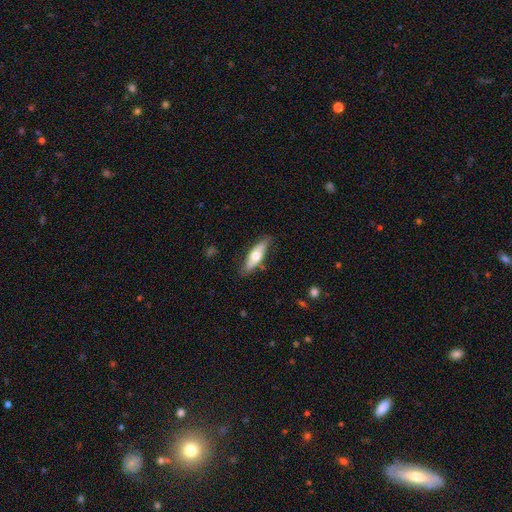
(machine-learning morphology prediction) A smooth galaxy with no disk features (60%) that is in between round and cigar-shaped (51%).

Vote fractions:
- Smooth or featured? smooth: 60% / featured or disk: 34% / star or artifact: 5%
- How rounded? in between: 51% / cigar-shaped: 47% / round: 2%
- Merging? none: 81% / minor disturbance: 15% / major disturbance: 3% / merger: 2%